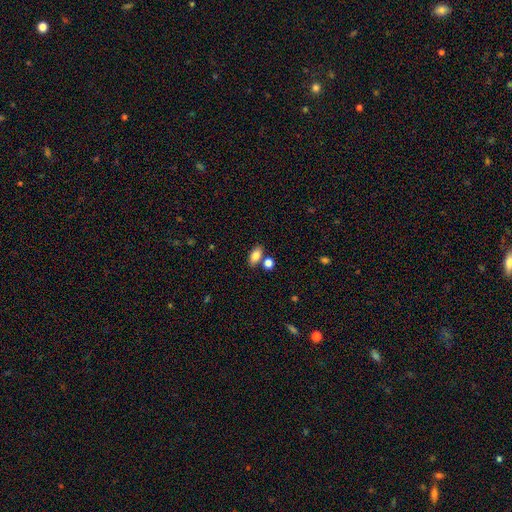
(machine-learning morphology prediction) This appears to be a smooth galaxy with no disk features (83%) that is in between round and cigar-shaped (87%). Merging: none (69%).